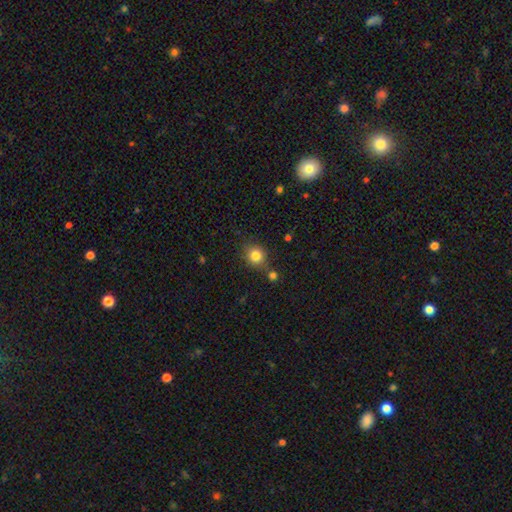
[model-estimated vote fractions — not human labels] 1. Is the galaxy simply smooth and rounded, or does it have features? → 82% smooth, 11% star or artifact, 6% featured or disk.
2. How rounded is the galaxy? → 84% round, 15% in between, 1% cigar-shaped.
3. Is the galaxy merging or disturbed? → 75% none, 11% merger, 11% minor disturbance, 3% major disturbance.